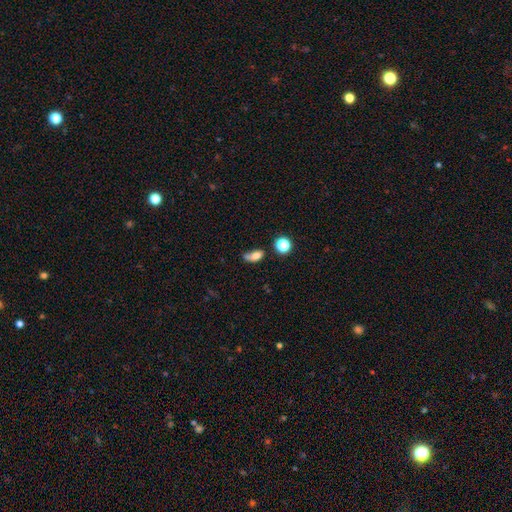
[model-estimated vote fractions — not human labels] Overall: smooth (69%). How rounded: in between (74%). Merging: none (32%; minor disturbance 25%).